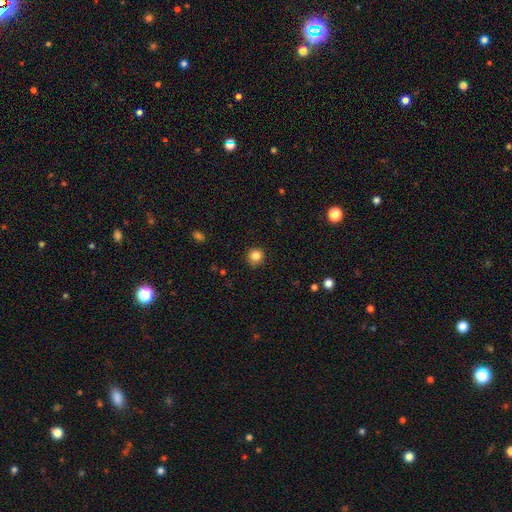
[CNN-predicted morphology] Smooth or featured?
  - smooth: 84% *
  - star or artifact: 11%
  - featured or disk: 5%
How rounded?
  - round: 92% *
  - in between: 7%
  - cigar-shaped: 1%
Merging?
  - none: 86% *
  - minor disturbance: 10%
  - major disturbance: 2%
  - merger: 1%